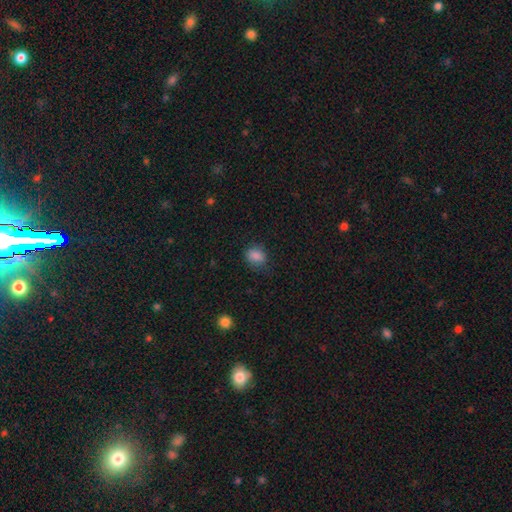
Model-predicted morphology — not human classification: A smooth galaxy with no disk features (85%) that is round (50%). Merging: none (76%).